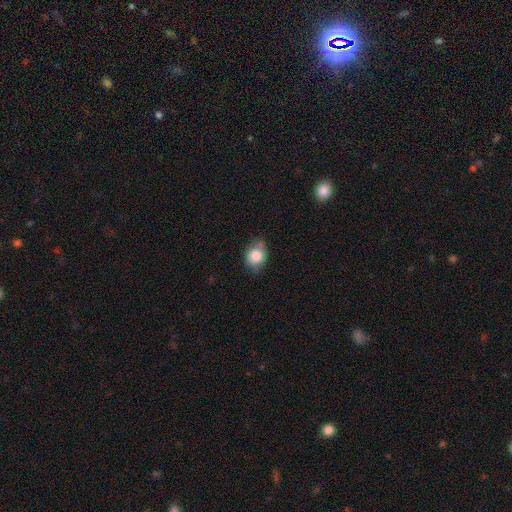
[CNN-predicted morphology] Smooth or featured? Predicted: smooth (p=0.83). How rounded? Predicted: in between (p=0.54). Merging? Predicted: none (p=0.64).